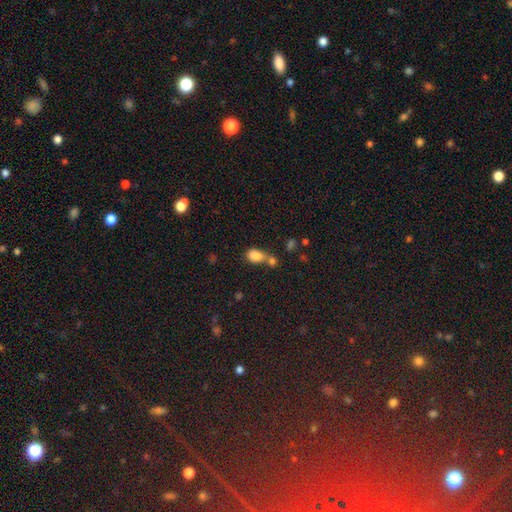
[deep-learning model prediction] smooth 83%, star or artifact 10%, featured or disk 7%. Down the decision tree: how rounded — in between (78%); merging — merger (50%).